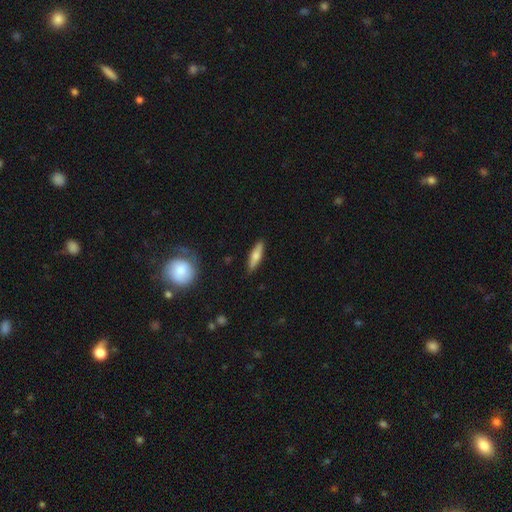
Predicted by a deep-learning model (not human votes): The model was most divided on "smooth or featured": smooth: 63%, featured or disk: 31%, star or artifact: 6%. More confident: merging — none (85%); how rounded — cigar-shaped (69%).